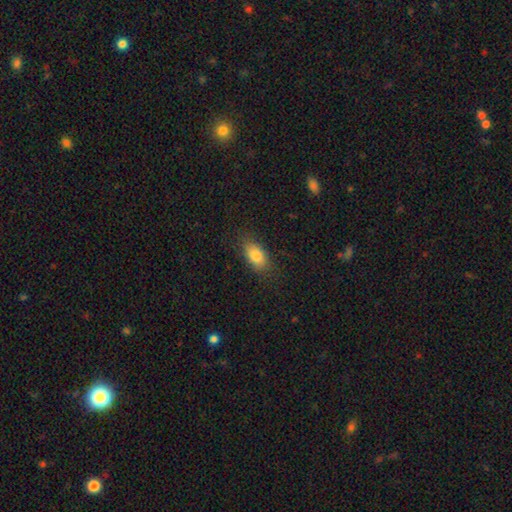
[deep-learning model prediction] This appears to be a smooth galaxy with no disk features (81%) that is in between round and cigar-shaped (87%). Merging: none (82%).